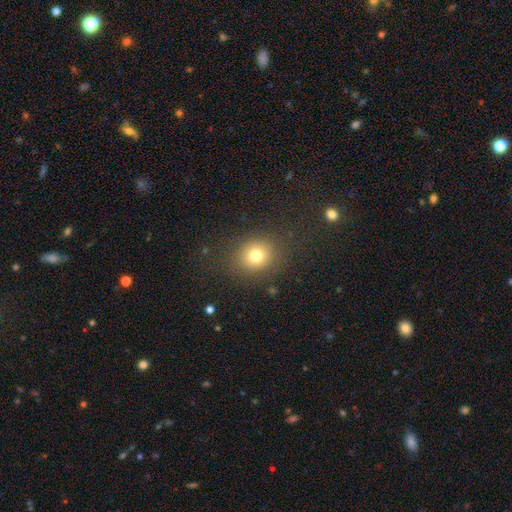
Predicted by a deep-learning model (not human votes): The model was most divided on "how rounded": round: 70%, in between: 29%, cigar-shaped: 1%. More confident: merging — none (83%); smooth or featured — smooth (76%).